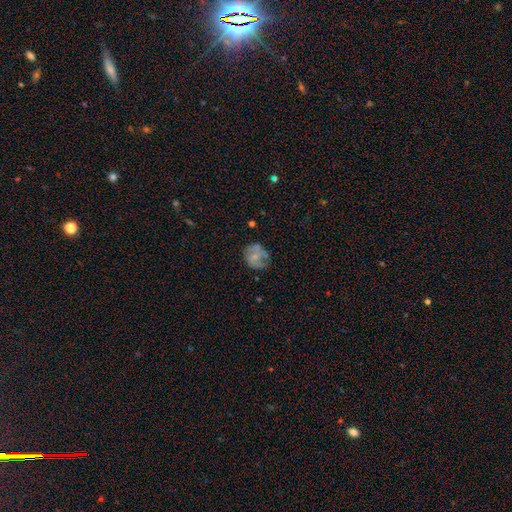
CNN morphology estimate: The model was most divided on "smooth or featured": smooth: 53%, featured or disk: 37%, star or artifact: 9%. More confident: how rounded — round (61%); merging — none (52%).